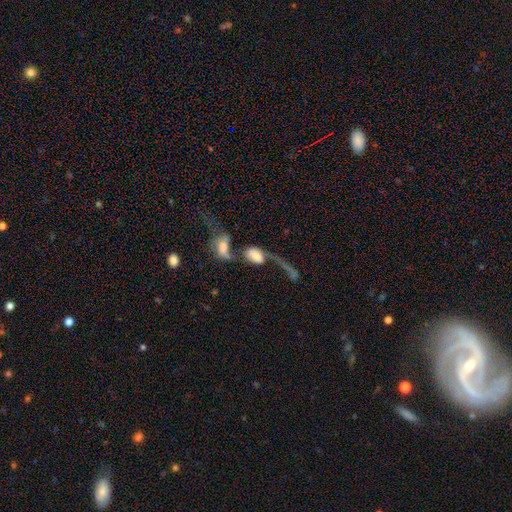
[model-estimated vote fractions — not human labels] smooth_or_featured: featured or disk (p=0.46) [alt: smooth p=0.44]
merging: merger (p=0.58) [alt: major disturbance p=0.22]